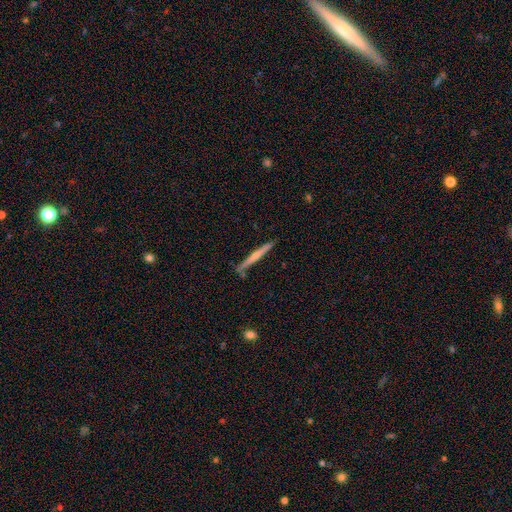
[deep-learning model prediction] smooth-or-featured: featured or disk: 60% | smooth: 35% | star or artifact: 5%
  disk-edge-on: yes: 98% | no: 2%
    edge-on-bulge: rounded: 63% | none: 31% | boxy: 7%
  merging: none: 84% | minor disturbance: 11% | merger: 3% | major disturbance: 2%